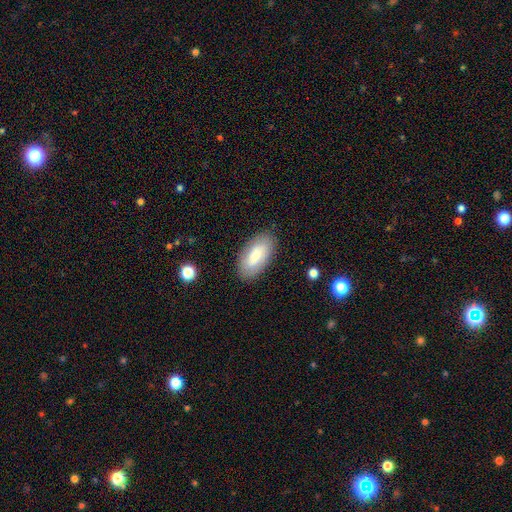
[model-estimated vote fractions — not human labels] Smooth or featured? smooth (79%)
How rounded? in between (92%)
Merging? none (85%)